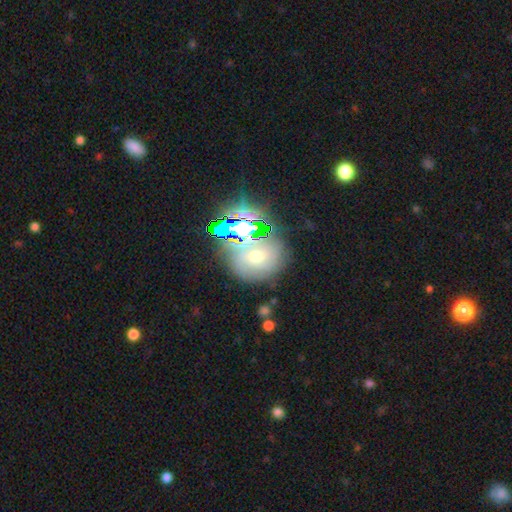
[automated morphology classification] type=star or artifact (50%).